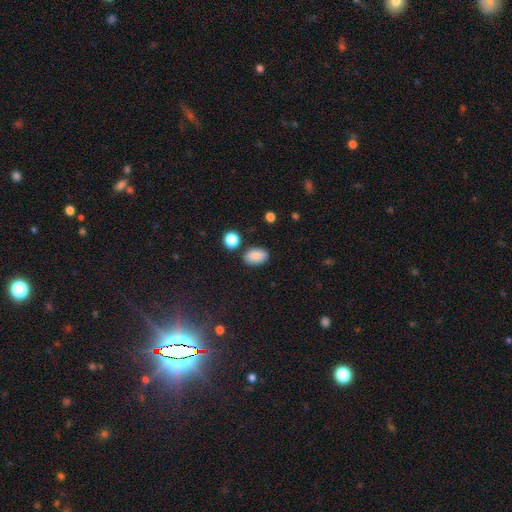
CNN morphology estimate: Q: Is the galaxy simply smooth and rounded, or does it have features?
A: smooth — 87%.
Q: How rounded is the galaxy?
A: in between — 89%.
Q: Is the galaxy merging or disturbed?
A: none — 83%.